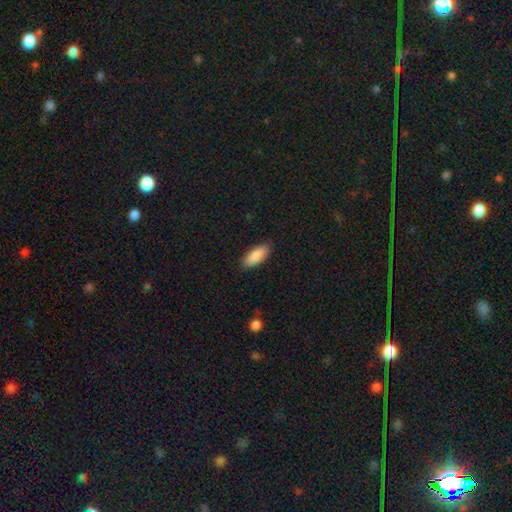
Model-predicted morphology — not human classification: Smooth or featured: smooth — 88% (featured or disk — 7%)
How rounded: in between — 79% (cigar-shaped — 19%)
Merging: none — 87% (minor disturbance — 10%)